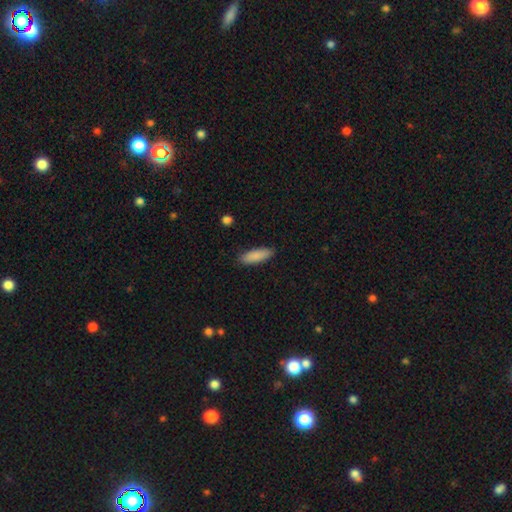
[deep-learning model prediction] This appears to be a smooth galaxy with no disk features (88%) that is in between round and cigar-shaped (53%). Merging: none (86%).